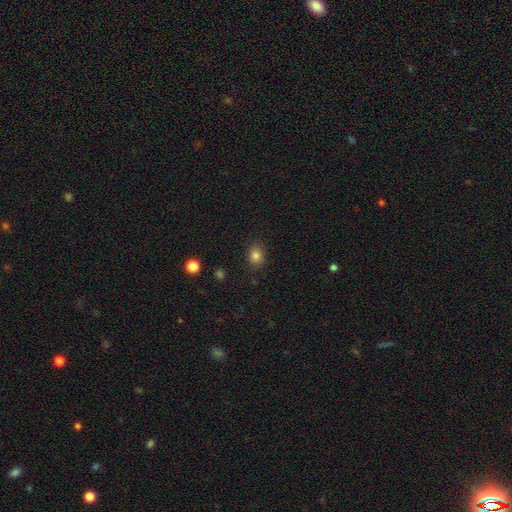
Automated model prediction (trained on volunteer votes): Smooth or featured: smooth — 82% (star or artifact — 13%)
How rounded: round — 52% (in between — 47%)
Merging: none — 86% (minor disturbance — 10%)